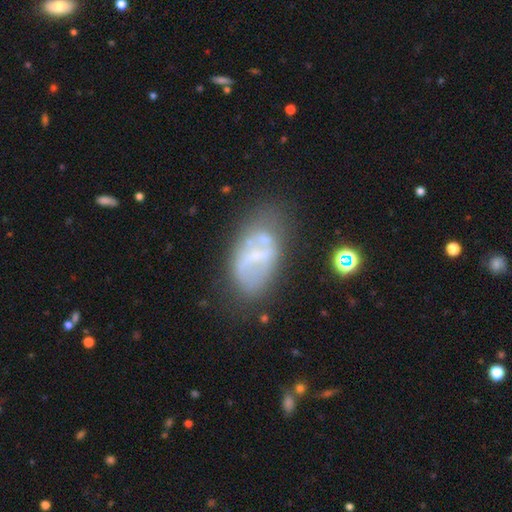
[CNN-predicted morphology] A featured or disk galaxy (59%) with no bar (45%), no spiral arms (74%) and a small central bulge (41%). Merging: none (48%).